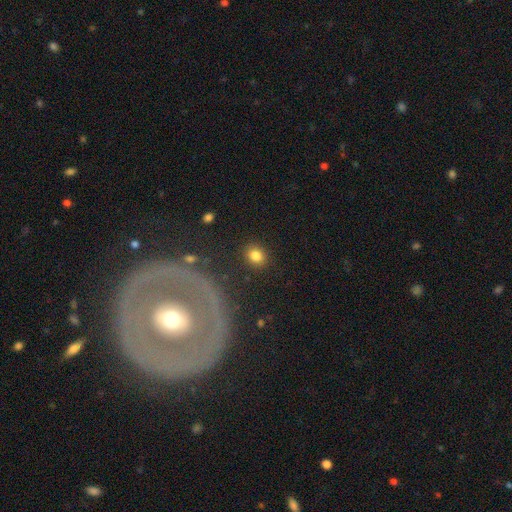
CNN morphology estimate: Smooth or featured? Predicted: smooth (p=0.84). How rounded? Predicted: round (p=0.67). Merging? Predicted: none (p=0.89).